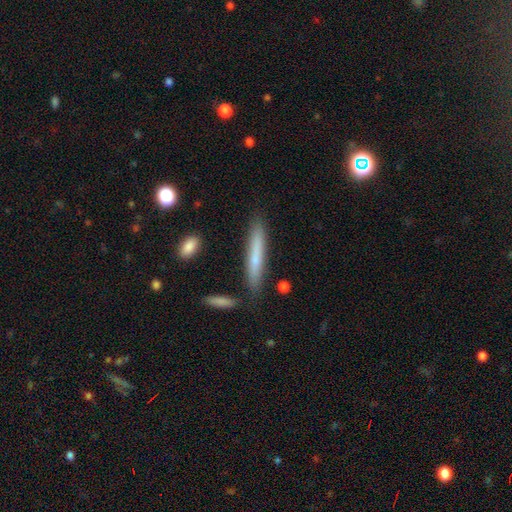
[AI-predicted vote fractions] This appears to be a smooth galaxy with no disk features (64%) that is cigar-shaped (93%). Merging: none (84%).